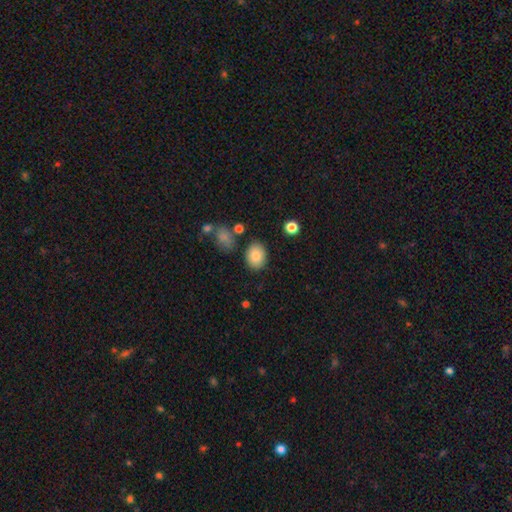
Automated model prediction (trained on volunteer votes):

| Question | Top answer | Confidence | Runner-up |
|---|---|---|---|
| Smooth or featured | smooth | 86% | star or artifact (8%) |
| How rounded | in between | 64% | round (35%) |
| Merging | none | 81% | minor disturbance (11%) |